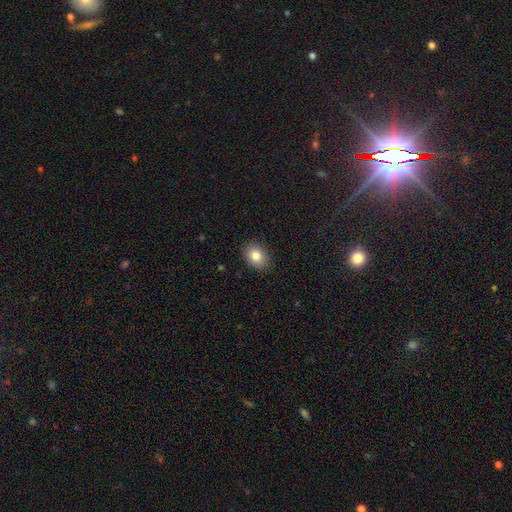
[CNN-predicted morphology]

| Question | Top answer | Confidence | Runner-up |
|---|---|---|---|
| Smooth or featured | smooth | 84% | star or artifact (9%) |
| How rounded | in between | 64% | round (35%) |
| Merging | none | 89% | minor disturbance (8%) |